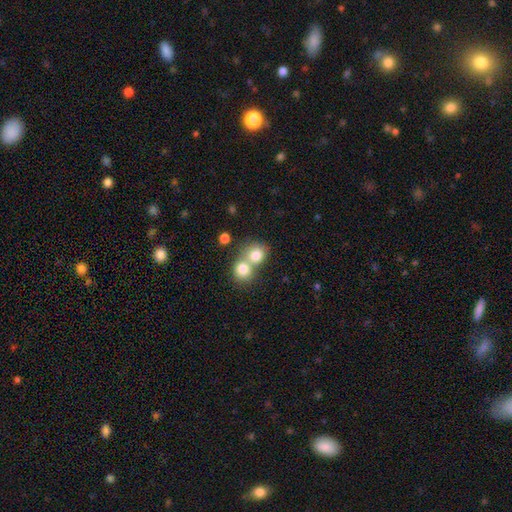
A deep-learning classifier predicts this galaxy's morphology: Smooth or featured: smooth — 78% (featured or disk — 12%)
How rounded: round — 75% (in between — 24%)
Merging: merger — 62% (none — 30%)